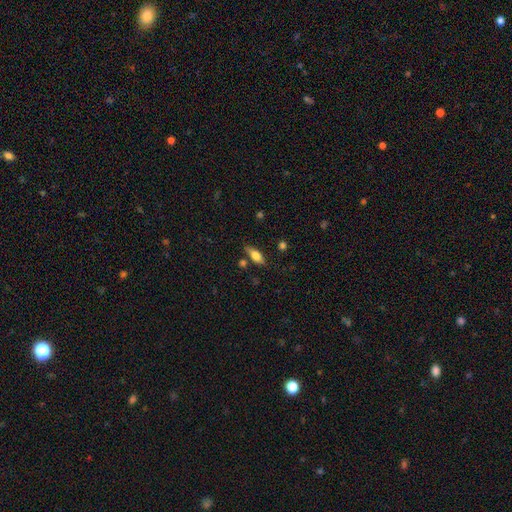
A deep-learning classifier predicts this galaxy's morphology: smooth 65%, featured or disk 28%, star or artifact 7%. Down the decision tree: how rounded — in between (73%); merging — none (76%).